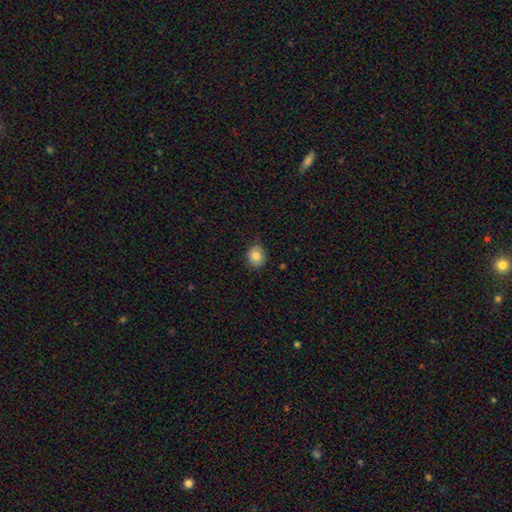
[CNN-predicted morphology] A smooth galaxy with no disk features (83%) that is round (69%). Merging: none (79%).